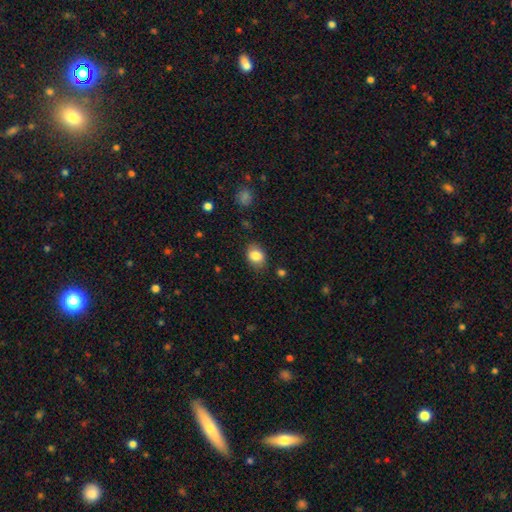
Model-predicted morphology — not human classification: A smooth galaxy with no disk features (84%) that is in between round and cigar-shaped (57%). Merging: none (81%).